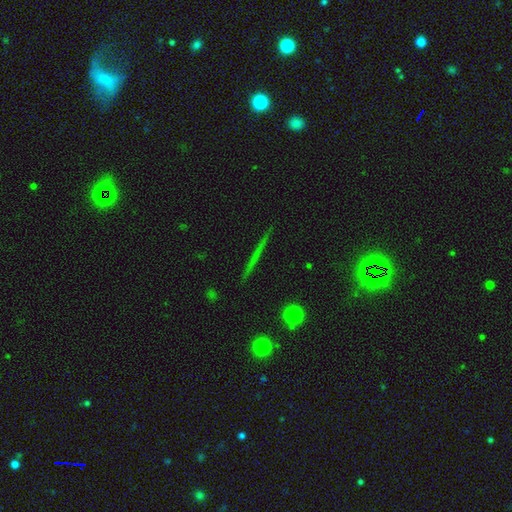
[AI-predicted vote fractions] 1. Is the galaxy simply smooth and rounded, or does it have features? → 49% featured or disk, 28% smooth, 23% star or artifact.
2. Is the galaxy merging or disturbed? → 90% none, 6% minor disturbance, 2% major disturbance, 2% merger.